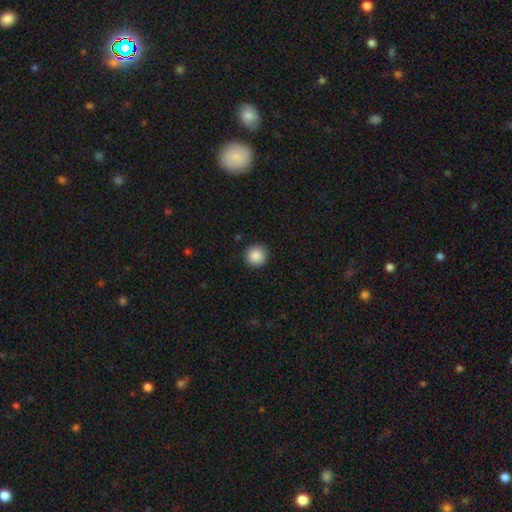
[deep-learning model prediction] Smooth or featured: smooth — 88% (star or artifact — 9%)
How rounded: round — 93% (in between — 6%)
Merging: none — 91% (minor disturbance — 6%)